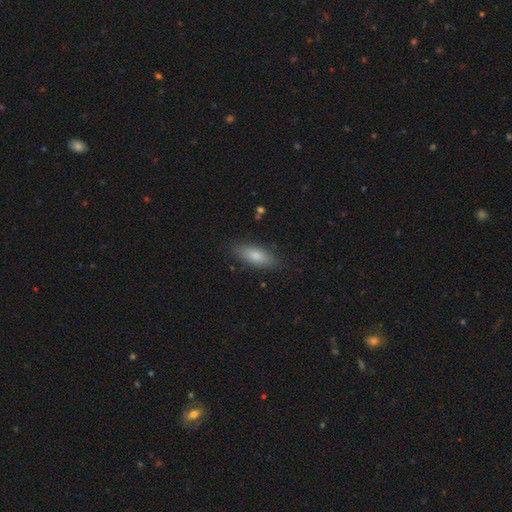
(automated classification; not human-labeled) Q: Smooth or featured?
A: smooth (78%); runner-up: featured or disk (16%)
Q: How rounded?
A: in between (71%); runner-up: cigar-shaped (27%)
Q: Merging?
A: none (84%); runner-up: minor disturbance (12%)